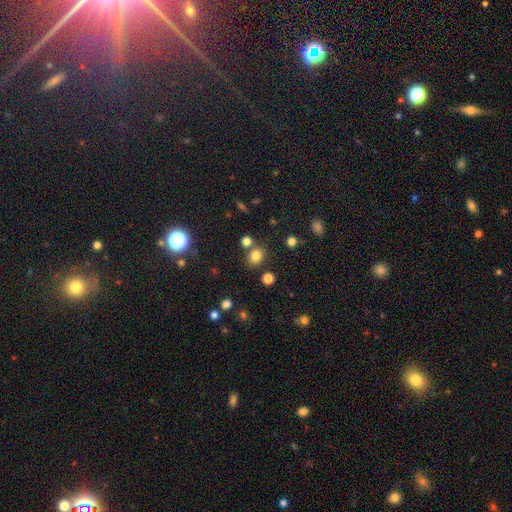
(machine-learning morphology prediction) Smooth or featured? smooth (78%)
How rounded? round (66%)
Merging? none (73%)